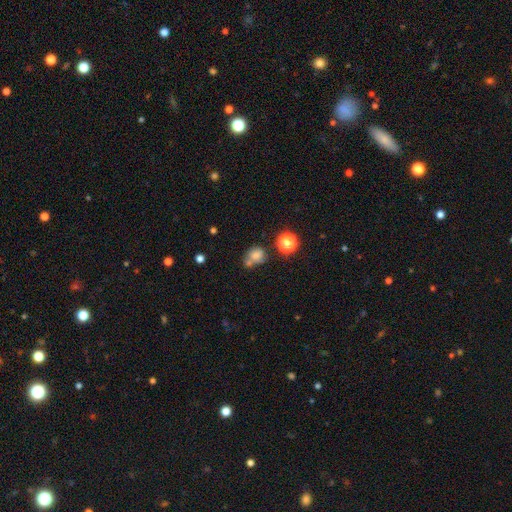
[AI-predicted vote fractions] A smooth galaxy with no disk features (73%) that is round (67%). Merging: none (43%).